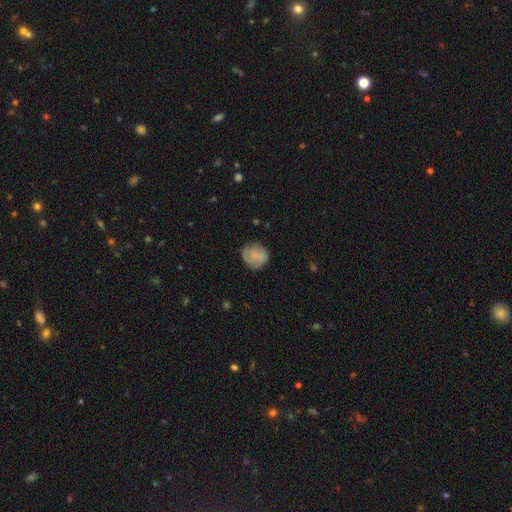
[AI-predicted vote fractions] Smooth or featured? Predicted: smooth (p=0.69). How rounded? Predicted: round (p=0.80). Merging? Predicted: none (p=0.70).